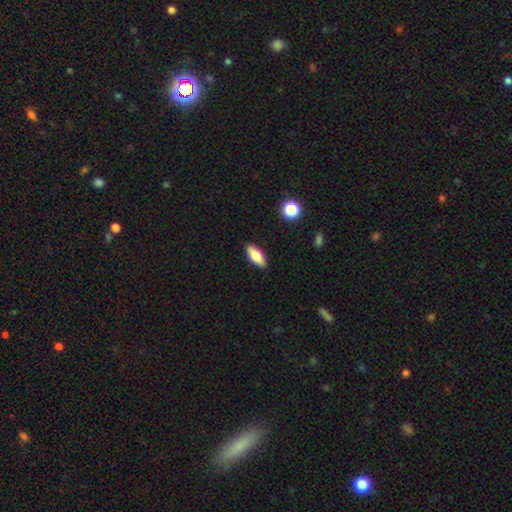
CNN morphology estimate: This is likely a smooth galaxy (74%). How rounded: likely in between (73%). Merging: clearly none (89%).